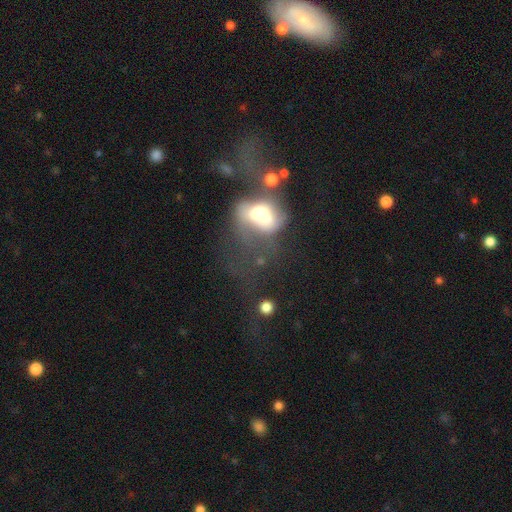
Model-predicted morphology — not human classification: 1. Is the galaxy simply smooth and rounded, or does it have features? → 44% featured or disk, 29% smooth, 27% star or artifact.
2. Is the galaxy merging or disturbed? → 39% major disturbance, 30% none, 16% merger, 15% minor disturbance.